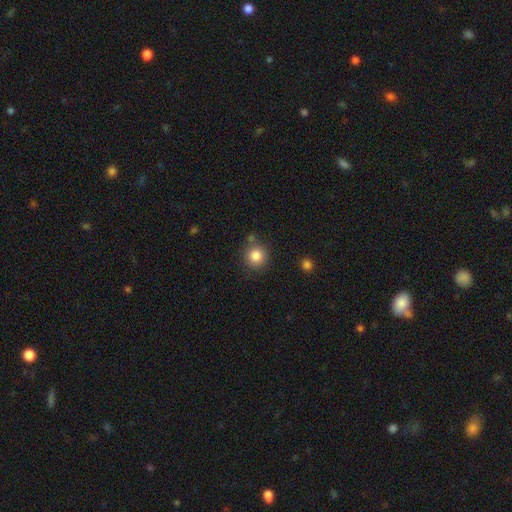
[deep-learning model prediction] The model was most divided on "merging": none: 79%, minor disturbance: 10%, merger: 8%, major disturbance: 3%. More confident: how rounded — round (93%); smooth or featured — smooth (84%).